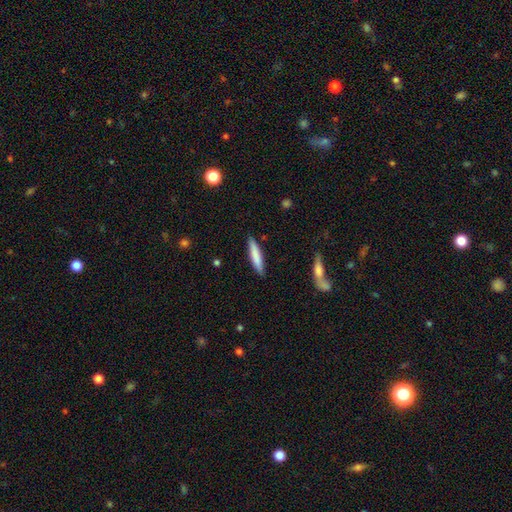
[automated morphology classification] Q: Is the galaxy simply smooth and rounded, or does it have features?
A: smooth — 79%.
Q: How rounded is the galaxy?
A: cigar-shaped — 85%.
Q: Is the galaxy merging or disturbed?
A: none — 86%.